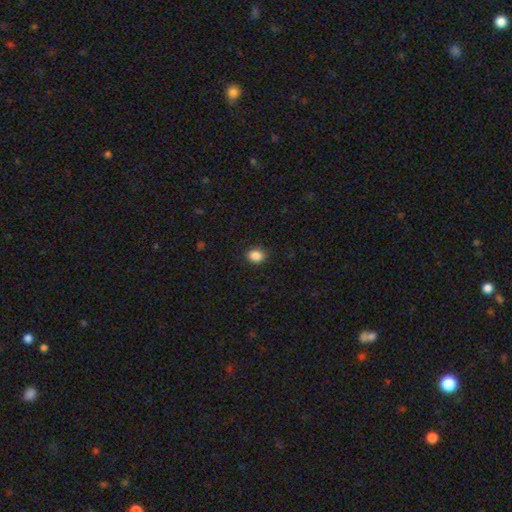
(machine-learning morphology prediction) This appears to be a smooth galaxy with no disk features (87%) that is in between round and cigar-shaped (52%). Merging: none (89%).